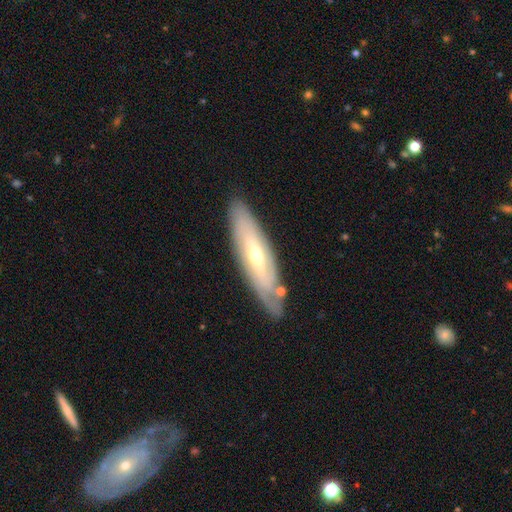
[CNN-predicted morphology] Smooth or featured: featured or disk — 69% (smooth — 24%)
Edge-on disk: no — 67% (yes — 33%)
Merging: none — 77% (minor disturbance — 16%)